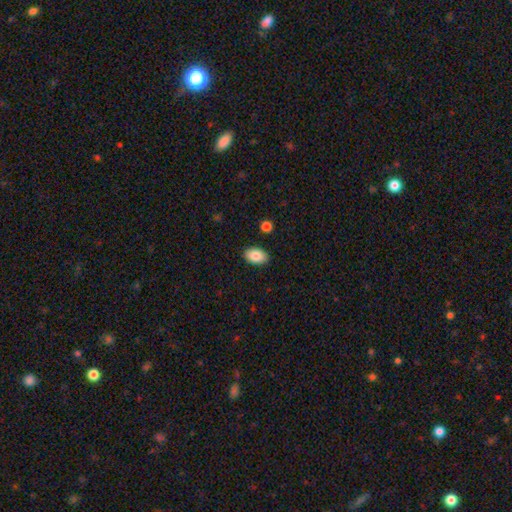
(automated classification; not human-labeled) smooth-or-featured: smooth: 86% | star or artifact: 7% | featured or disk: 7%
  how-rounded: in between: 91% | round: 8% | cigar-shaped: 1%
  merging: none: 89% | minor disturbance: 8% | major disturbance: 2% | merger: 1%